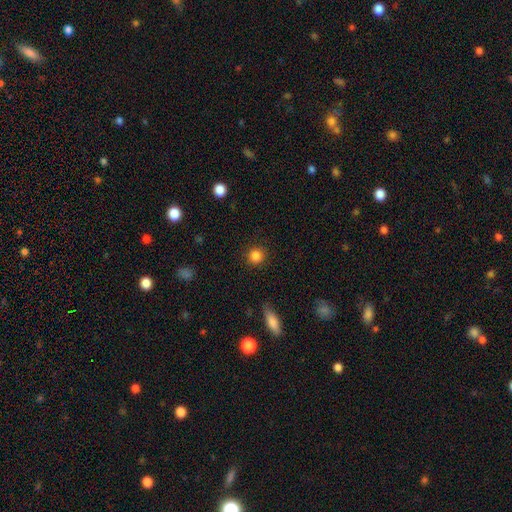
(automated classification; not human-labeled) A smooth galaxy with no disk features (85%) that is round (92%).

Vote fractions:
- Smooth or featured? smooth: 85% / star or artifact: 10% / featured or disk: 4%
- How rounded? round: 92% / in between: 7% / cigar-shaped: 1%
- Merging? none: 90% / minor disturbance: 7% / major disturbance: 2% / merger: 1%